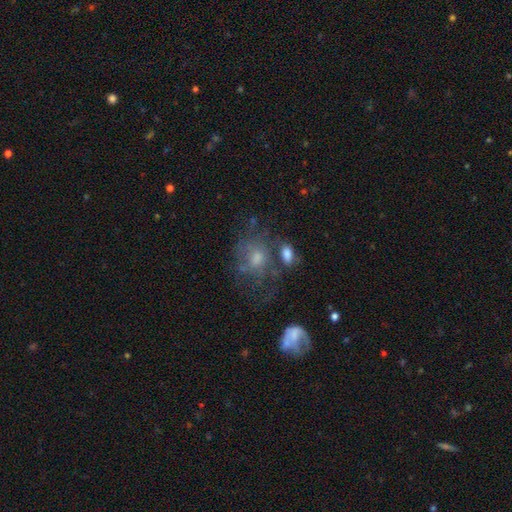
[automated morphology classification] A featured or disk galaxy (42%).

Vote fractions:
- Smooth or featured? featured or disk: 42% / smooth: 41% / star or artifact: 17%
- Merging? none: 44% / major disturbance: 21% / minor disturbance: 19% / merger: 17%